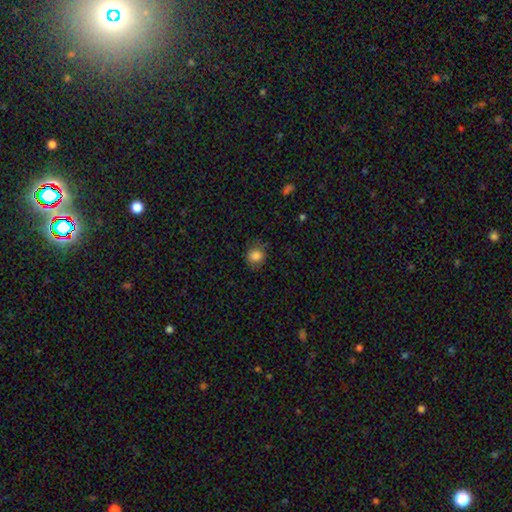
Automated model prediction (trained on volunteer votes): The model was most divided on "how rounded": round: 80%, in between: 19%, cigar-shaped: 1%. More confident: smooth or featured — smooth (85%); merging — none (78%).